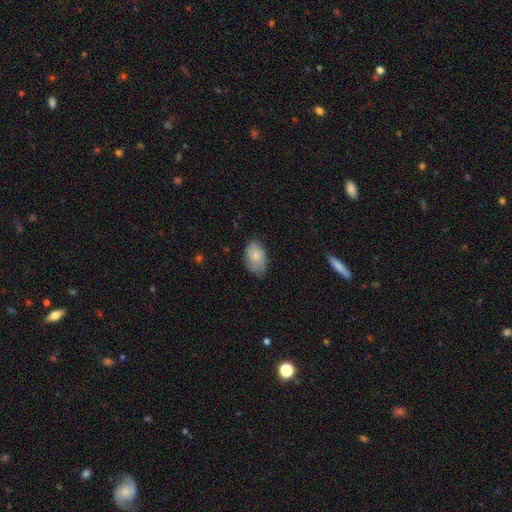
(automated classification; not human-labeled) Smooth or featured? Predicted: smooth (p=0.77). How rounded? Predicted: in between (p=0.89). Merging? Predicted: none (p=0.62).